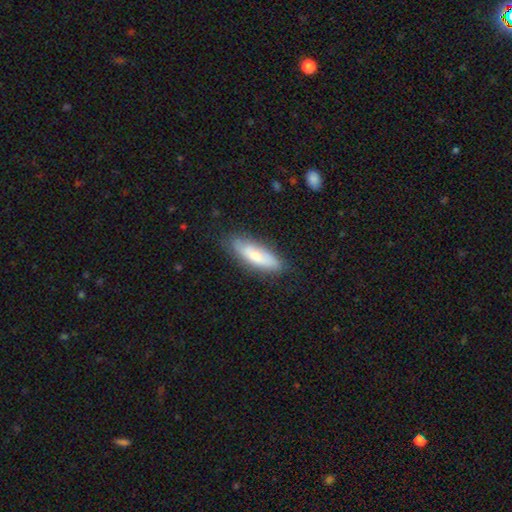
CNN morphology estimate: type=smooth (63%); roundness=in between (50%); merging=none (79%).